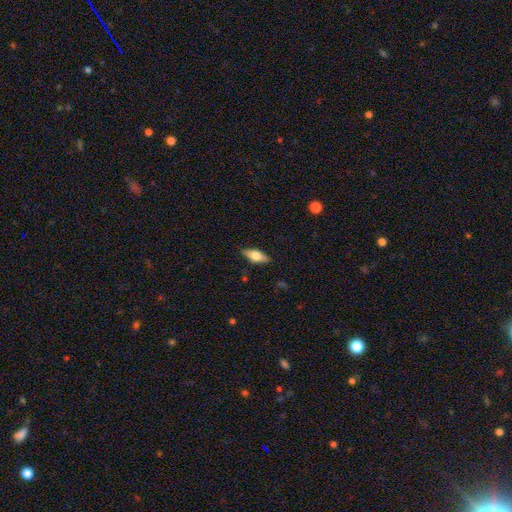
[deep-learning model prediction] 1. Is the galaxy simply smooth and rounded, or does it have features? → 58% smooth, 36% featured or disk, 7% star or artifact.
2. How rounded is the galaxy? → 70% in between, 26% cigar-shaped, 3% round.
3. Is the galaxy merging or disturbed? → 86% none, 10% minor disturbance, 2% major disturbance, 1% merger.